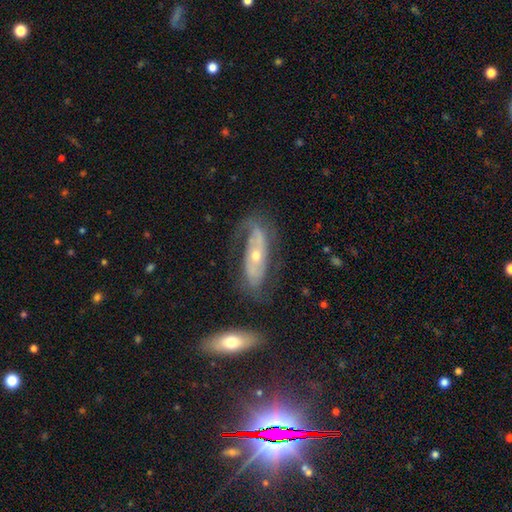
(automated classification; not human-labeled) Overall: featured or disk (74%). Edge-on disk: no (85%). Bar: no (65%). Spiral arms: yes (84%). Spiral arm count: 2 (60%). Spiral winding: medium (37%; loose 32%). Bulge size: small (48%; moderate 47%). Merging: none (50%; minor disturbance 23%).